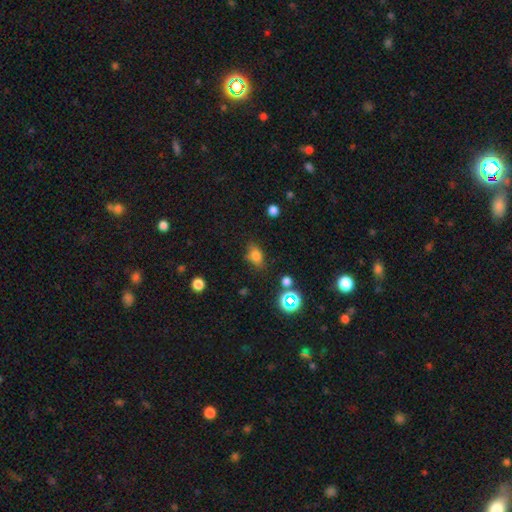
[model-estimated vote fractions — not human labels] The model was most divided on "how rounded": in between: 69%, round: 29%, cigar-shaped: 2%. More confident: smooth or featured — smooth (76%); merging — none (73%).